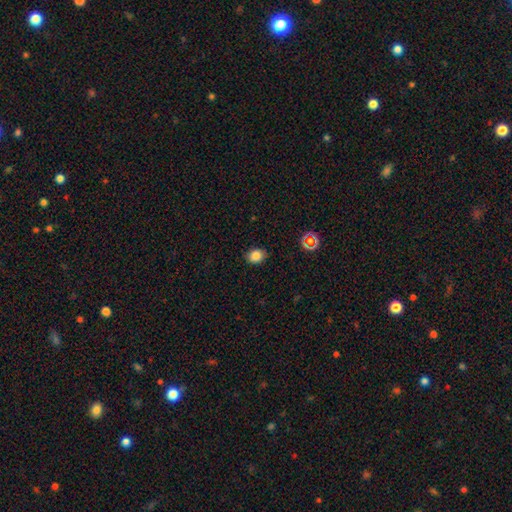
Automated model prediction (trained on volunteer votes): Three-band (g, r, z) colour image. It shows a smooth galaxy with no disk features (84%) that is in between round and cigar-shaped (54%). Merging: none (85%).